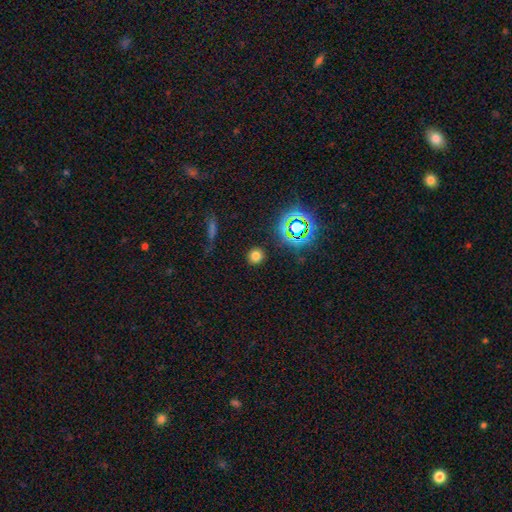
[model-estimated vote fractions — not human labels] Morphology: type=smooth (72%); roundness=round (90%); merging=none (89%).